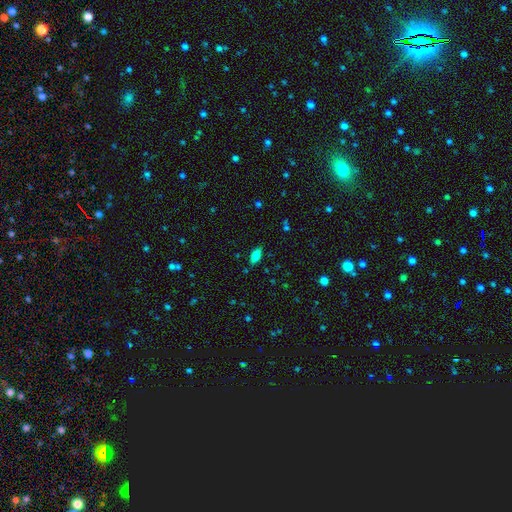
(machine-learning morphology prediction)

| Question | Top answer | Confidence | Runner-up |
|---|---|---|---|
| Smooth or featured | smooth | 79% | featured or disk (11%) |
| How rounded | in between | 87% | cigar-shaped (10%) |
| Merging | none | 84% | minor disturbance (12%) |